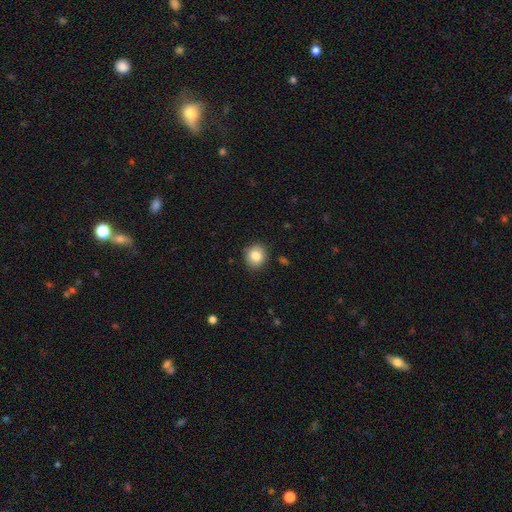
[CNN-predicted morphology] This appears to be a smooth galaxy with no disk features (84%) that is round (77%). Merging: none (85%).